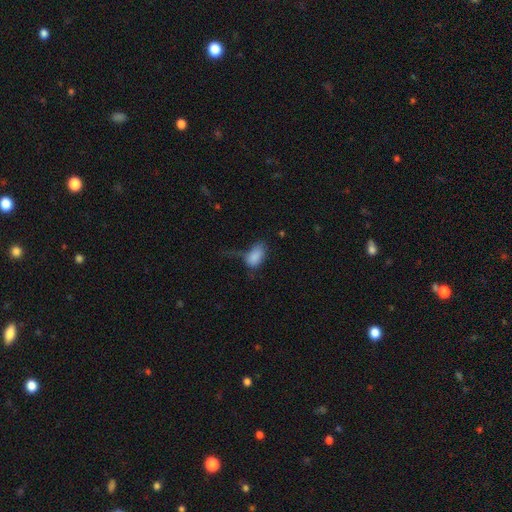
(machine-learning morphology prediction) type=smooth (82%); roundness=in between (91%); merging=major disturbance (37%).